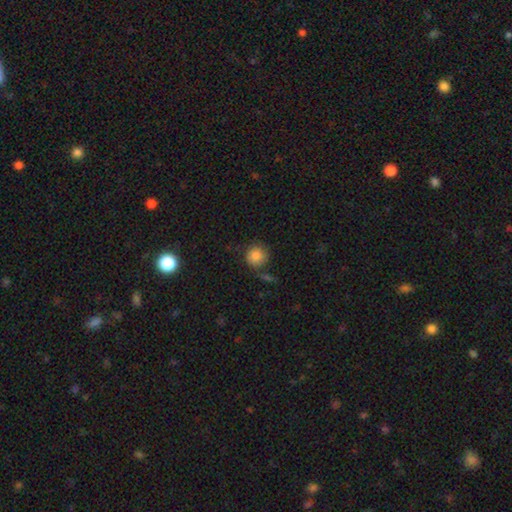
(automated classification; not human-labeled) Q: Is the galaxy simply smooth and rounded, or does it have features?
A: smooth — 85%.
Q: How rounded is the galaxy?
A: round — 92%.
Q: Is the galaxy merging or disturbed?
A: none — 72%.